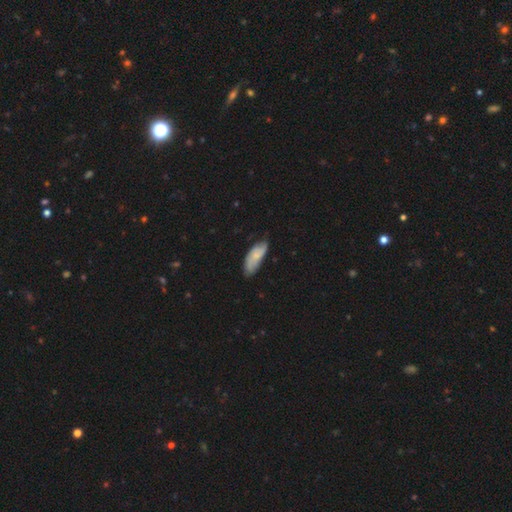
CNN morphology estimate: Smooth or featured? smooth (67%)
How rounded? in between (78%)
Merging? none (61%)